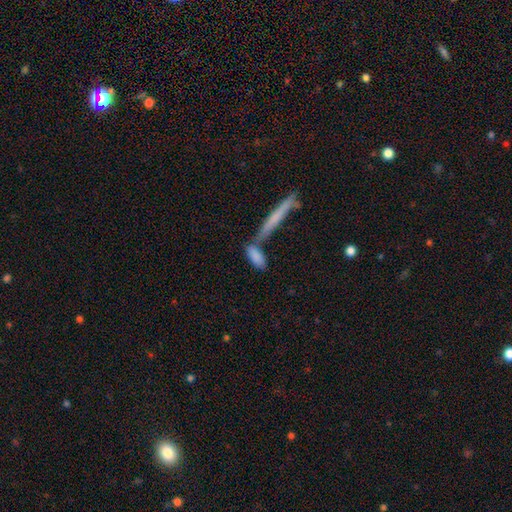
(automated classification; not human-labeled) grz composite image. It shows a smooth galaxy with no disk features (81%) that is in between round and cigar-shaped (57%). Merging: none (53%).